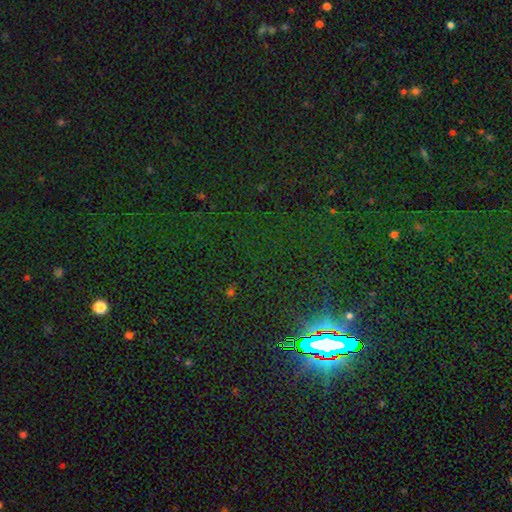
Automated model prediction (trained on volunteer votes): A star or artifact, not a galaxy (83%).